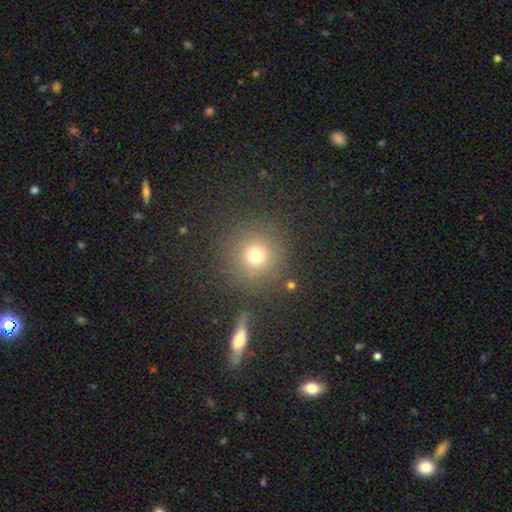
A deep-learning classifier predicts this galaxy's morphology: smooth-or-featured: smooth: 70% | star or artifact: 20% | featured or disk: 10%
  how-rounded: round: 93% | in between: 6% | cigar-shaped: 1%
  merging: none: 84% | minor disturbance: 8% | major disturbance: 5% | merger: 3%